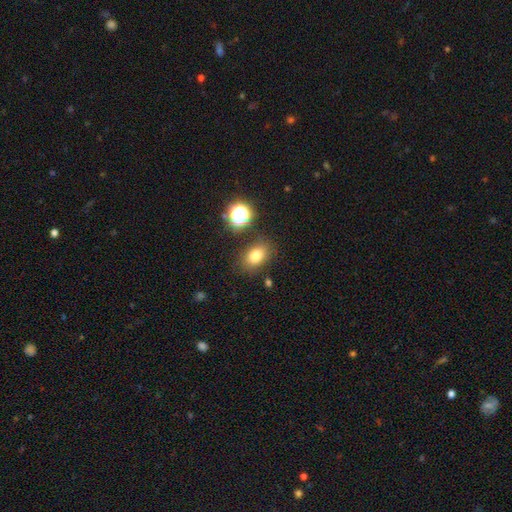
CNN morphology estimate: smooth-or-featured: smooth: 77% | star or artifact: 14% | featured or disk: 9%
  how-rounded: in between: 71% | round: 28% | cigar-shaped: 1%
  merging: none: 80% | minor disturbance: 12% | merger: 4% | major disturbance: 4%